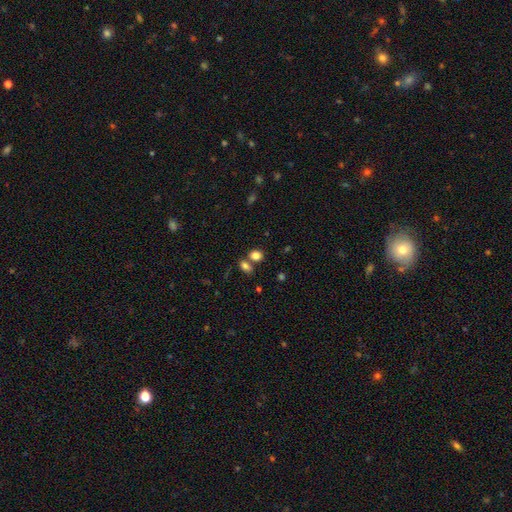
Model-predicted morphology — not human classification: Smooth or featured?
  - smooth: 82% *
  - star or artifact: 11%
  - featured or disk: 7%
How rounded?
  - in between: 53% *
  - round: 46%
  - cigar-shaped: 2%
Merging?
  - none: 56% *
  - merger: 30%
  - minor disturbance: 10%
  - major disturbance: 3%